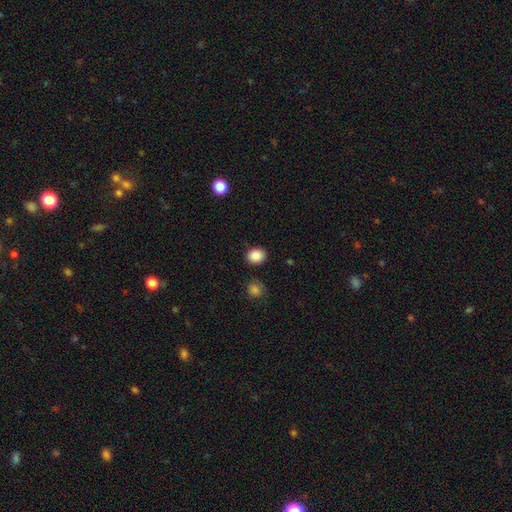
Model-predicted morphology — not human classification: A smooth galaxy with no disk features (87%) that is round (62%). Merging: none (87%).